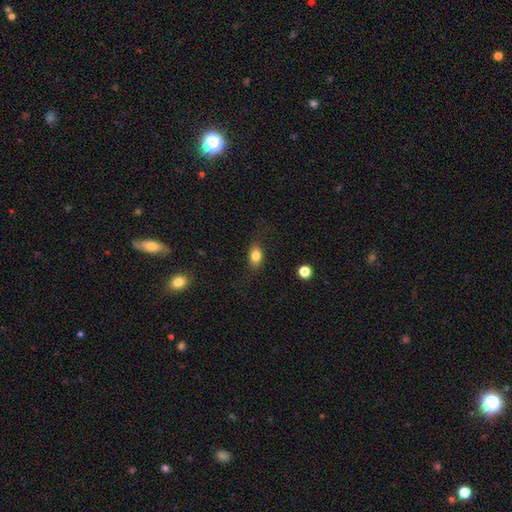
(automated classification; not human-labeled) This appears to be a smooth galaxy with no disk features (81%) that is in between round and cigar-shaped (77%). Merging: none (78%).